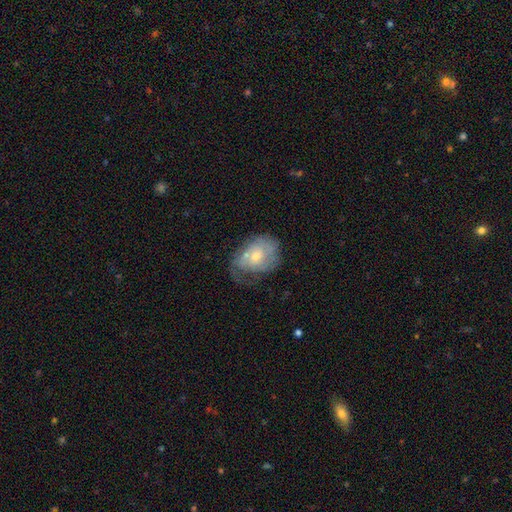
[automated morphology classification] Q: Smooth or featured?
A: featured or disk (51%); runner-up: smooth (42%)
Q: Edge-on disk?
A: no (96%); runner-up: yes (4%)
Q: Merging?
A: none (34%); runner-up: minor disturbance (31%)